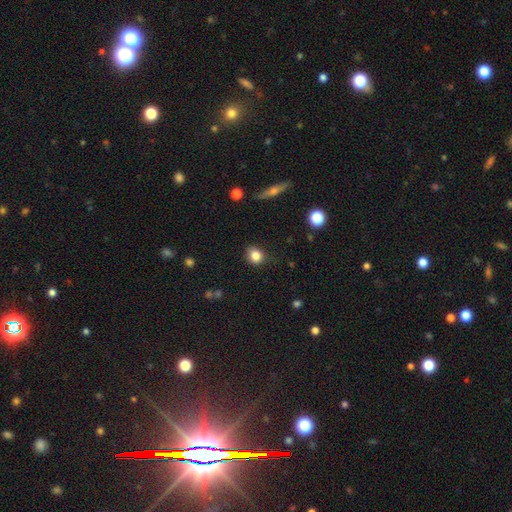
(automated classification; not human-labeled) This is clearly a smooth galaxy (82%). How rounded: likely round (73%). Merging: likely none (77%).